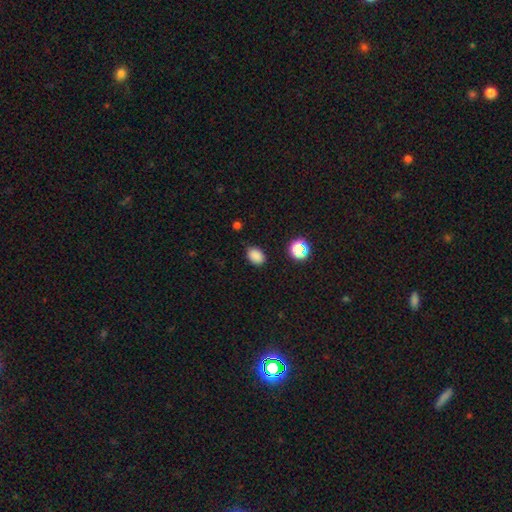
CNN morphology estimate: Smooth or featured? Predicted: smooth (p=0.84). How rounded? Predicted: in between (p=0.71). Merging? Predicted: none (p=0.84).